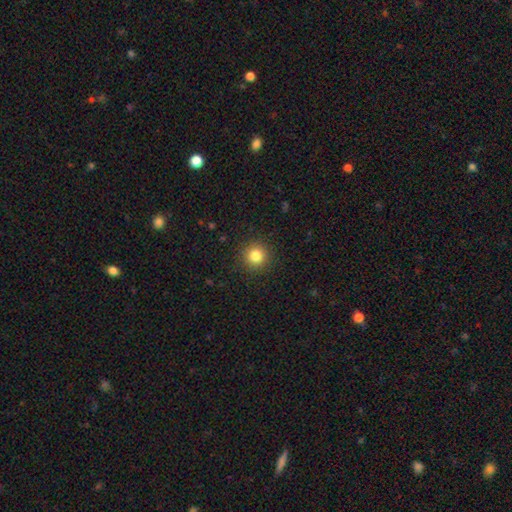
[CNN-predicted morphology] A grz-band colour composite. It shows a smooth galaxy with no disk features (83%) that is round (95%). Merging: none (91%).